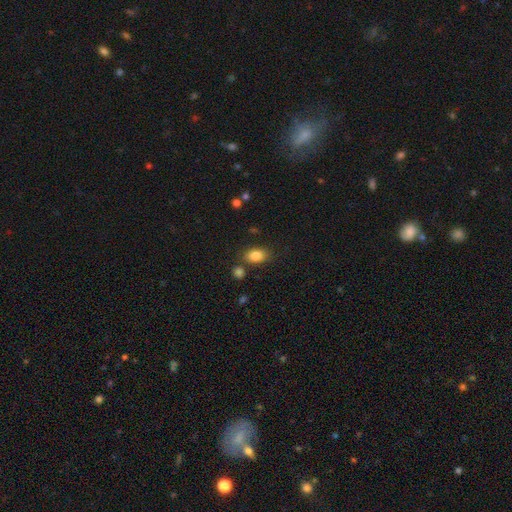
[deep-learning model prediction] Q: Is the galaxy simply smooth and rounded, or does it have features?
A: smooth — 85%.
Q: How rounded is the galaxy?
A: in between — 84%.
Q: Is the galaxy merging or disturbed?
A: none — 76%.